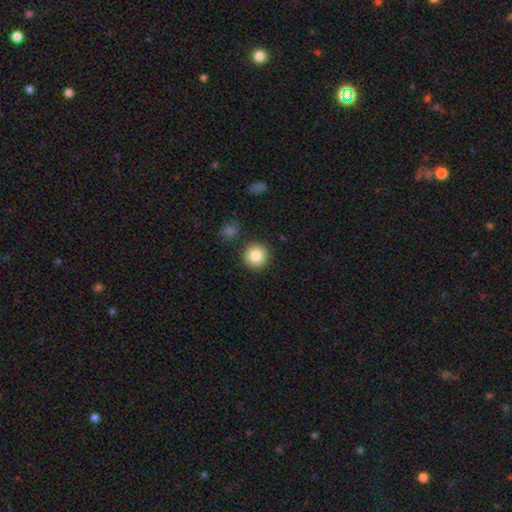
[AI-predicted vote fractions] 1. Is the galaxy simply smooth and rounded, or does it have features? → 85% smooth, 9% star or artifact, 6% featured or disk.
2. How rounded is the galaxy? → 94% round, 5% in between, 1% cigar-shaped.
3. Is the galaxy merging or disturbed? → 88% none, 6% minor disturbance, 3% merger, 2% major disturbance.